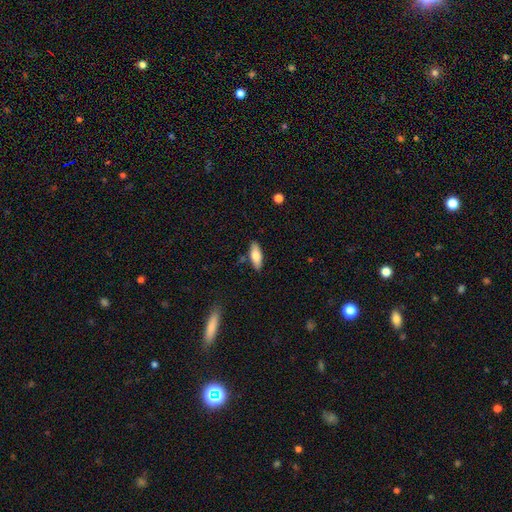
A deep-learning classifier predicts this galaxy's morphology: smooth-or-featured: smooth: 75% | featured or disk: 19% | star or artifact: 6%
  how-rounded: in between: 73% | cigar-shaped: 25% | round: 2%
  merging: none: 84% | minor disturbance: 11% | merger: 3% | major disturbance: 2%